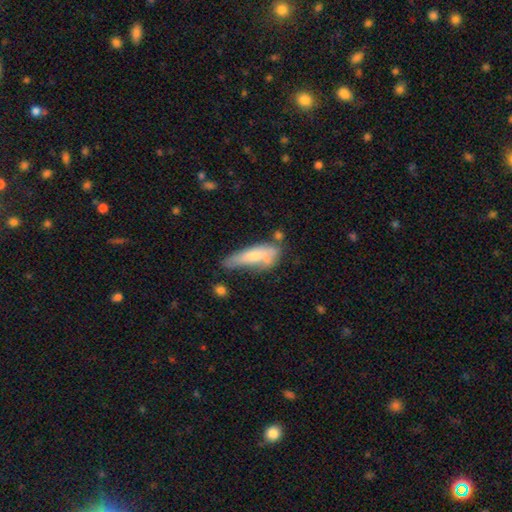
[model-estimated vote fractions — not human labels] Smooth or featured? Predicted: smooth (p=0.62). How rounded? Predicted: in between (p=0.49, tied with cigar-shaped). Merging? Predicted: none (p=0.34).